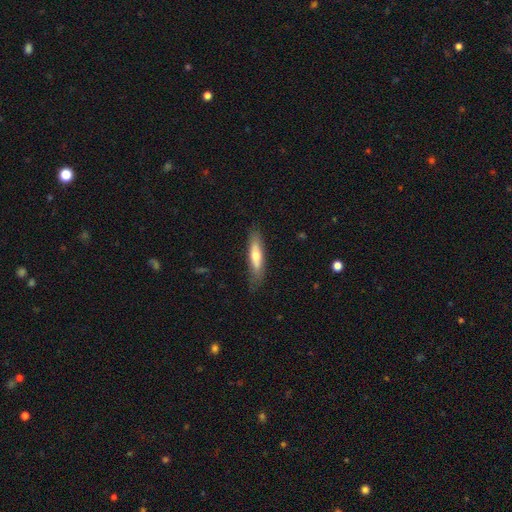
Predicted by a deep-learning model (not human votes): Smooth or featured? smooth (61%)
How rounded? cigar-shaped (72%)
Merging? none (78%)